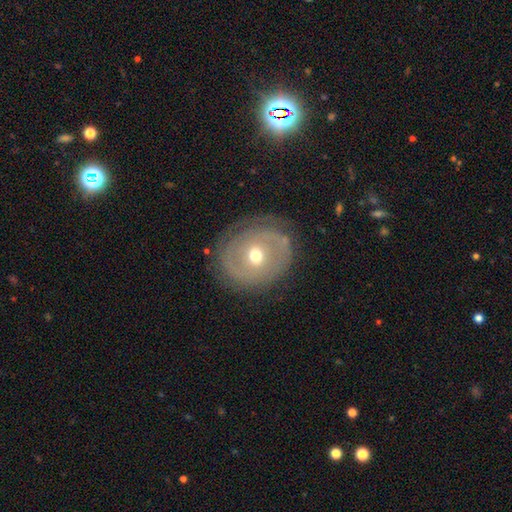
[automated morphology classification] The model was most divided on "spiral arms": yes: 59%, no: 41%. More confident: edge-on disk — no (96%); merging — none (74%); smooth or featured — featured or disk (65%); bulge size — moderate (64%); bar — no (63%).